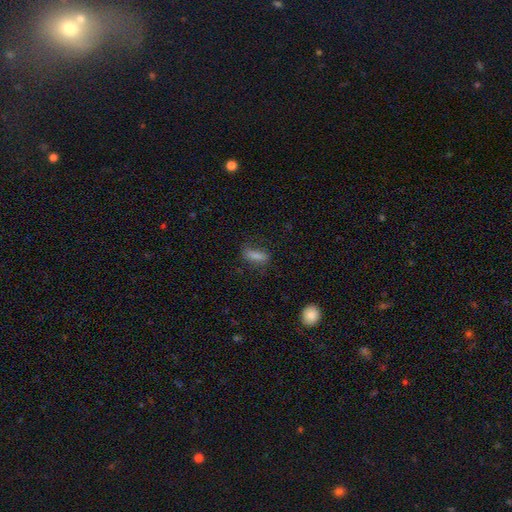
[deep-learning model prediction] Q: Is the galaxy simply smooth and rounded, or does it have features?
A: smooth — 66%.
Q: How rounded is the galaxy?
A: in between — 48%.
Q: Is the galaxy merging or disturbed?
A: none — 73%.